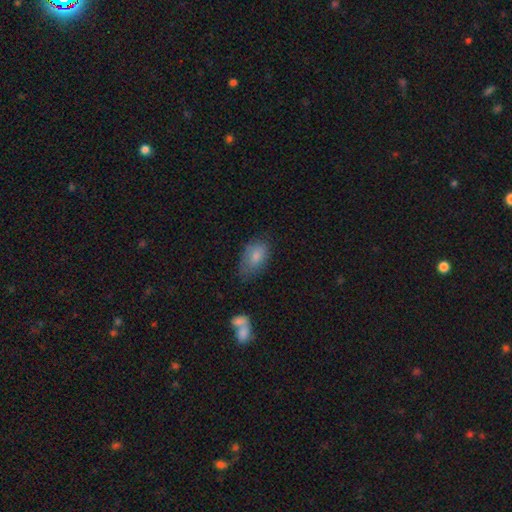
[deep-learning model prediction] Smooth or featured: smooth — 80% (featured or disk — 13%)
How rounded: in between — 89% (round — 9%)
Merging: none — 59% (minor disturbance — 28%)